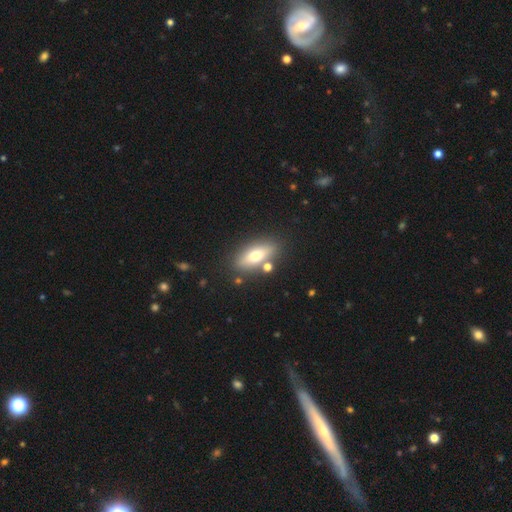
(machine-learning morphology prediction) Smooth or featured? smooth (63%)
How rounded? in between (72%)
Merging? none (79%)